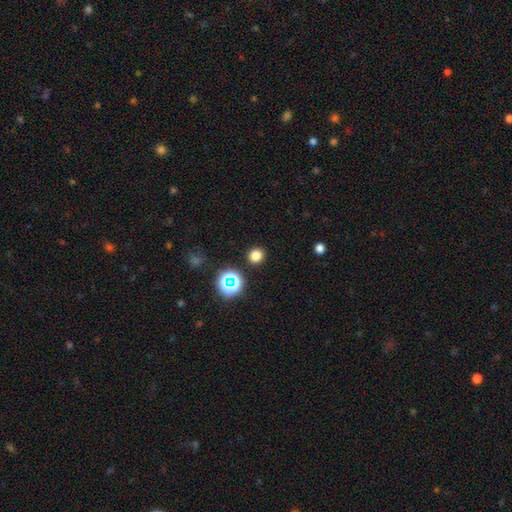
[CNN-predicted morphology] A smooth galaxy with no disk features (77%) that is round (91%).

Vote fractions:
- Smooth or featured? smooth: 77% / star or artifact: 19% / featured or disk: 5%
- How rounded? round: 91% / in between: 8% / cigar-shaped: 1%
- Merging? none: 91% / minor disturbance: 5% / major disturbance: 2% / merger: 2%